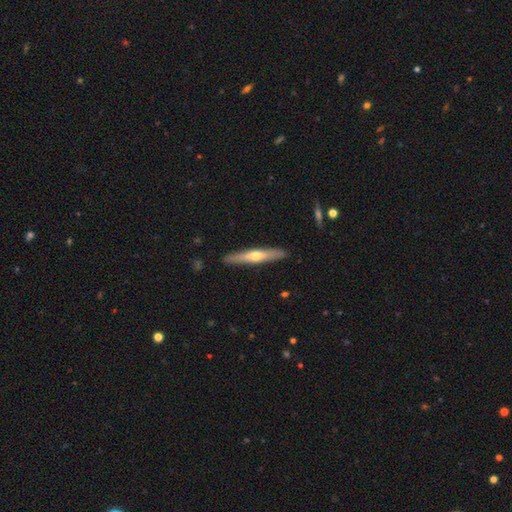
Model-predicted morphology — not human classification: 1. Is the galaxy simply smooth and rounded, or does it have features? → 57% featured or disk, 38% smooth, 5% star or artifact.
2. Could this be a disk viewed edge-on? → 93% yes, 7% no.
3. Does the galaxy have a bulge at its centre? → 87% rounded, 10% none, 2% boxy.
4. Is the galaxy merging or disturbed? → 91% none, 7% minor disturbance, 1% major disturbance, 1% merger.